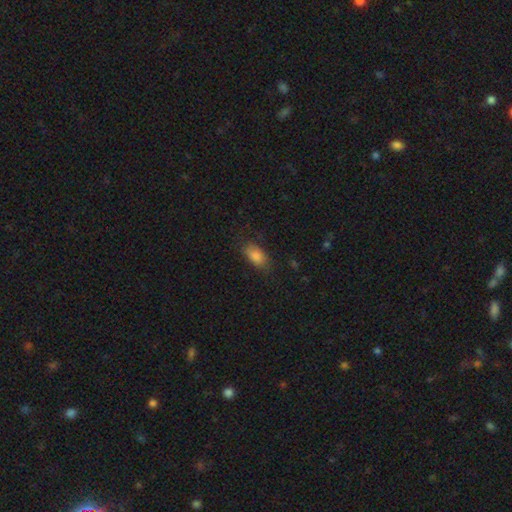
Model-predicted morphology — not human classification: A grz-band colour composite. It shows a smooth galaxy with no disk features (85%) that is in between round and cigar-shaped (89%). Merging: none (75%).